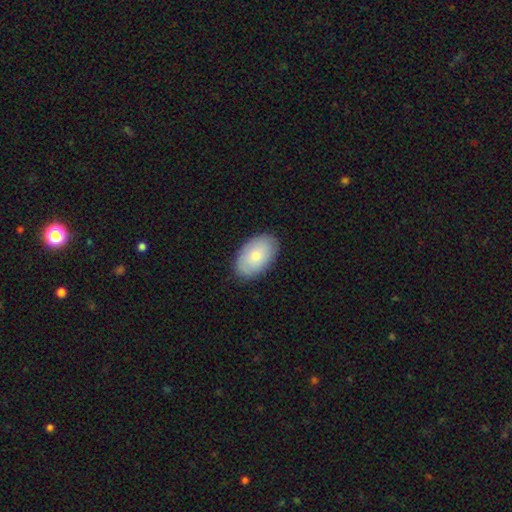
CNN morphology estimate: A smooth galaxy with no disk features (75%) that is in between round and cigar-shaped (94%).

Vote fractions:
- Smooth or featured? smooth: 75% / featured or disk: 19% / star or artifact: 6%
- How rounded? in between: 94% / round: 5% / cigar-shaped: 1%
- Merging? none: 86% / minor disturbance: 11% / major disturbance: 2% / merger: 1%